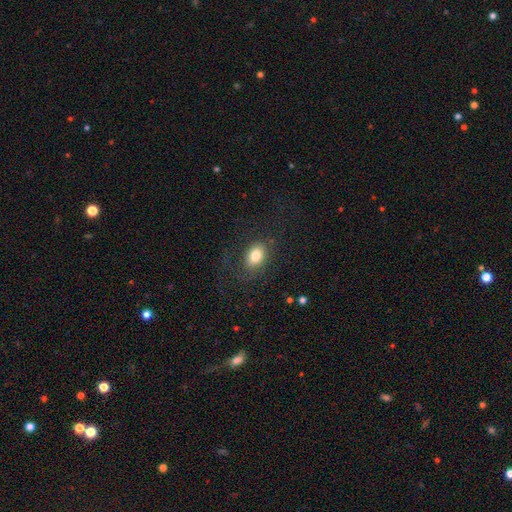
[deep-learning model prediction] The model was most divided on "merging": none: 72%, minor disturbance: 15%, major disturbance: 13%, merger: 1%. More confident: how rounded — in between (82%); smooth or featured — smooth (78%).